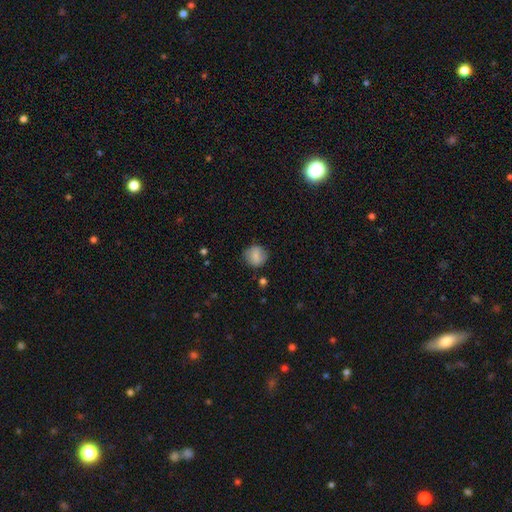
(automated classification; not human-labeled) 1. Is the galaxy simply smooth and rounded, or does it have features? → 77% smooth, 14% featured or disk, 8% star or artifact.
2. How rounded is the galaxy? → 87% round, 12% in between, 1% cigar-shaped.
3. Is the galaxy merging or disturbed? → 80% none, 15% minor disturbance, 4% major disturbance, 2% merger.